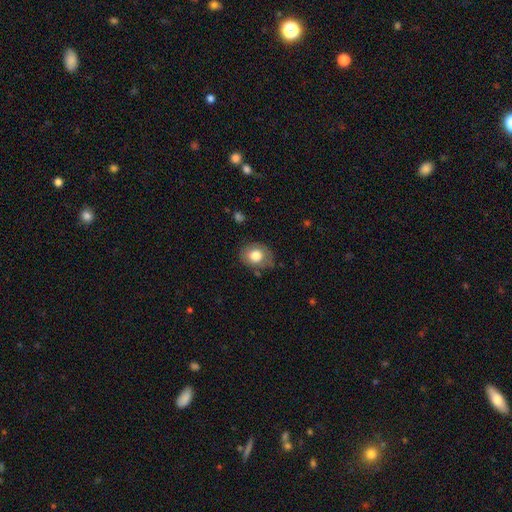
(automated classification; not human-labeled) A smooth galaxy with no disk features (77%) that is in between round and cigar-shaped (50%).

Vote fractions:
- Smooth or featured? smooth: 77% / featured or disk: 15% / star or artifact: 8%
- How rounded? in between: 50% / round: 49% / cigar-shaped: 1%
- Merging? none: 76% / minor disturbance: 18% / major disturbance: 4% / merger: 2%